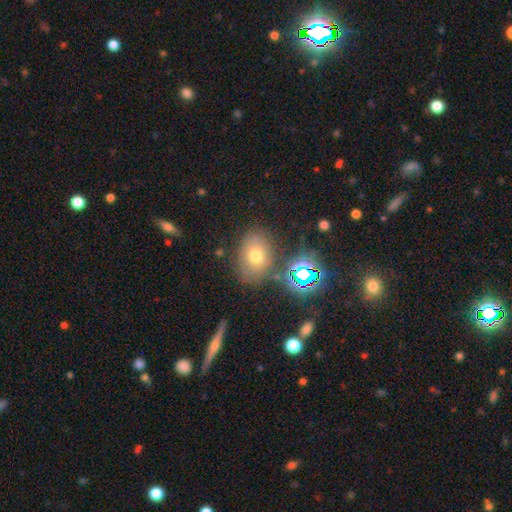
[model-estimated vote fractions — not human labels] This appears to be a smooth galaxy with no disk features (65%) that is in between round and cigar-shaped (60%). Merging: none (74%).